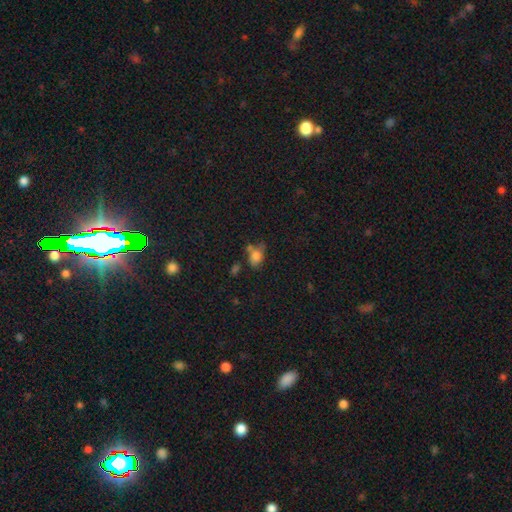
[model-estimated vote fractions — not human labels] The model was most divided on "merging": none: 43%, minor disturbance: 24%, merger: 21%, major disturbance: 12%. More confident: smooth or featured — smooth (75%); how rounded — in between (73%).